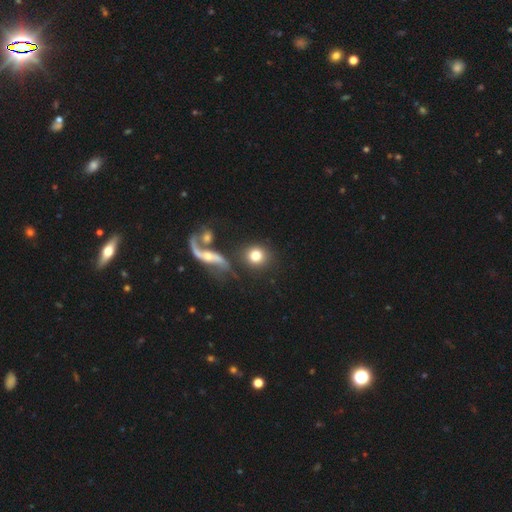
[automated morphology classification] Smooth or featured? smooth (76%)
How rounded? round (90%)
Merging? none (73%)